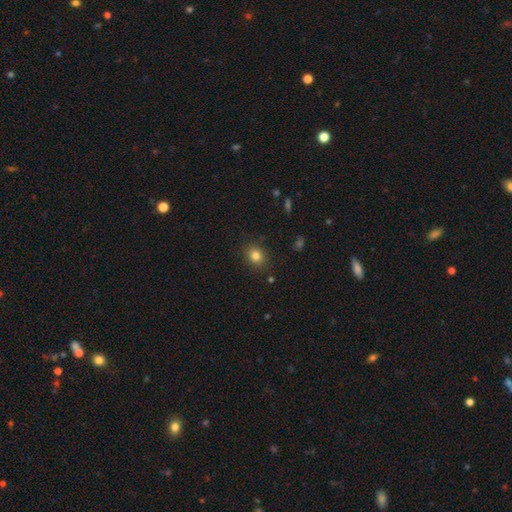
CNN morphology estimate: This is clearly a smooth galaxy (82%). How rounded: possibly round (58%). Merging: clearly none (87%).